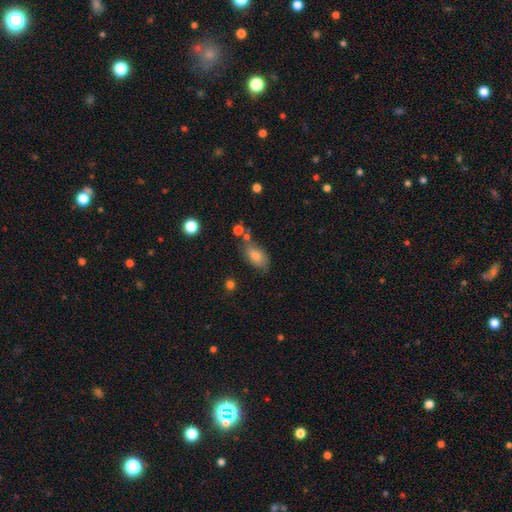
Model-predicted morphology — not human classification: A smooth galaxy with no disk features (80%) that is in between round and cigar-shaped (91%).

Vote fractions:
- Smooth or featured? smooth: 80% / featured or disk: 11% / star or artifact: 8%
- How rounded? in between: 91% / round: 5% / cigar-shaped: 4%
- Merging? none: 64% / minor disturbance: 22% / merger: 8% / major disturbance: 6%